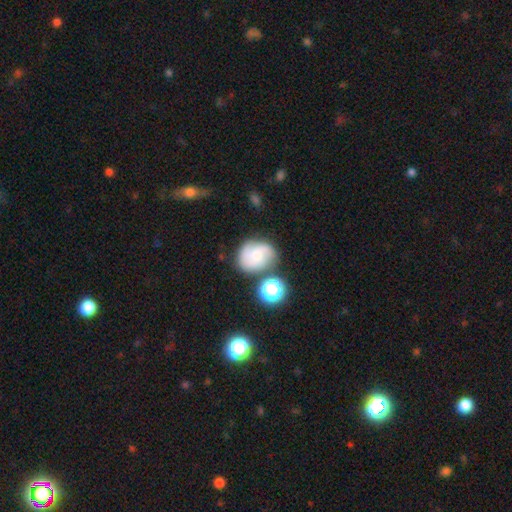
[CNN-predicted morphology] This is possibly a featured or disk galaxy (52%). It is clearly not viewed edge-on (97%). Bar: likely no (66%). Spiral arm pattern: clearly yes (87%). Central bulge: possibly small (48%). Merging: possibly none (57%).